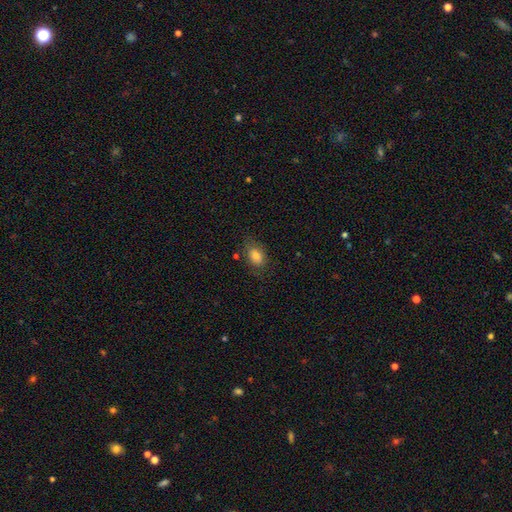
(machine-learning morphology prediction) Overall: smooth (80%). How rounded: in between (84%). Merging: none (73%).